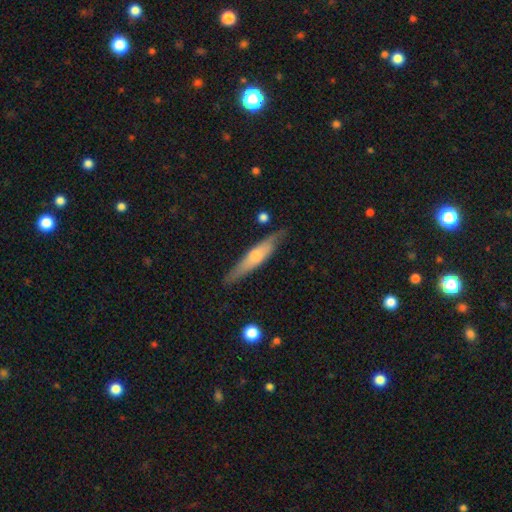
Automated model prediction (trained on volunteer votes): This is possibly a featured or disk galaxy (50%). Merging: clearly none (82%).